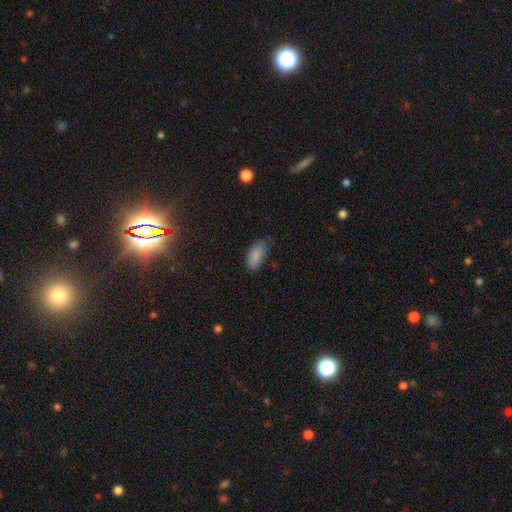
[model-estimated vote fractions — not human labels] A smooth galaxy with no disk features (87%) that is in between round and cigar-shaped (91%).

Vote fractions:
- Smooth or featured? smooth: 87% / star or artifact: 8% / featured or disk: 5%
- How rounded? in between: 91% / cigar-shaped: 7% / round: 2%
- Merging? none: 54% / minor disturbance: 36% / major disturbance: 8% / merger: 2%